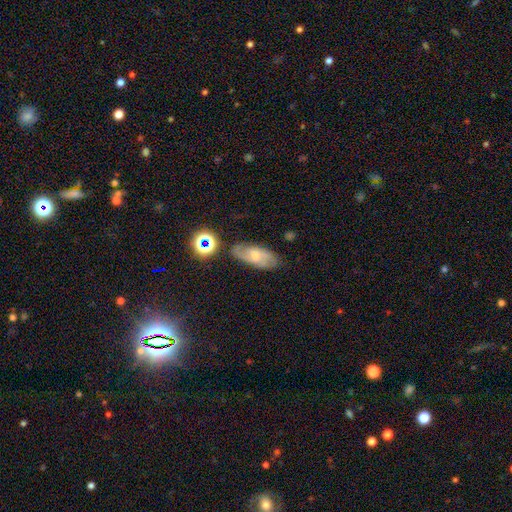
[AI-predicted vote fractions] Overall: featured or disk (50%; smooth 39%). Merging: none (70%).